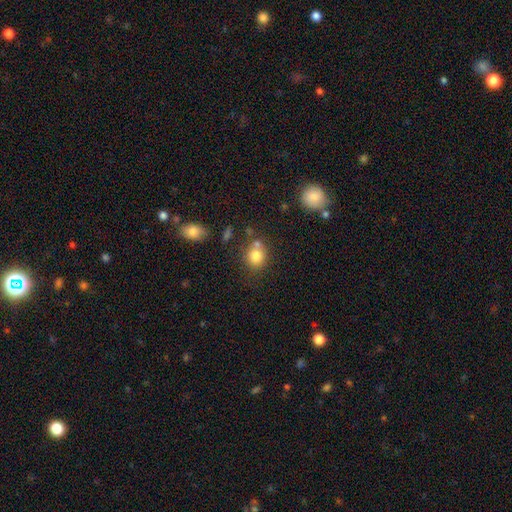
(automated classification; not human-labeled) This is likely a smooth galaxy (79%). How rounded: likely round (75%). Merging: possibly none (60%).